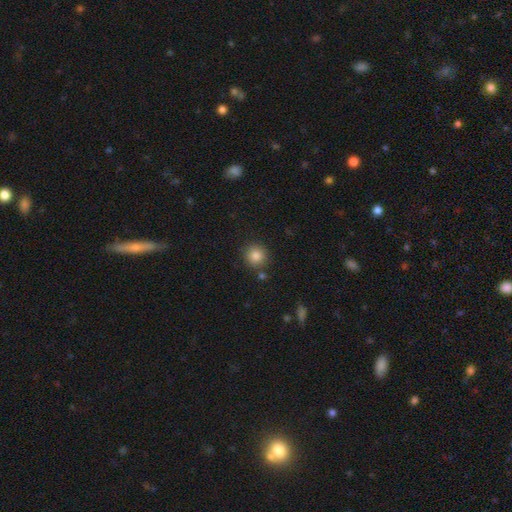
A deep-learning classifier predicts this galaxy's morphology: The model was most divided on "smooth or featured": smooth: 84%, star or artifact: 10%, featured or disk: 5%. More confident: how rounded — round (93%); merging — none (84%).